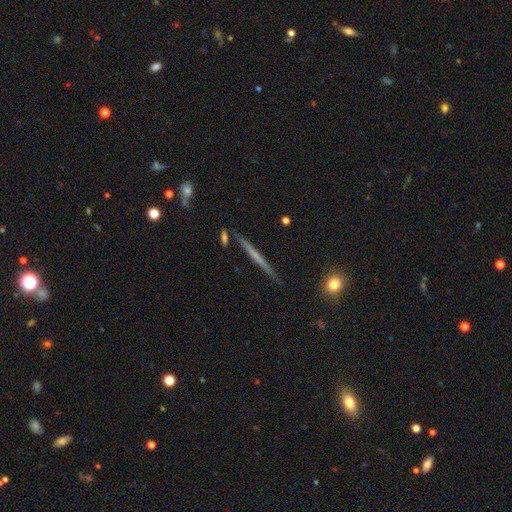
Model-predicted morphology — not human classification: featured or disk 56%, smooth 38%, star or artifact 6%. Down the decision tree: edge-on disk — yes (98%); edge-on bulge — none (87%); merging — none (89%).